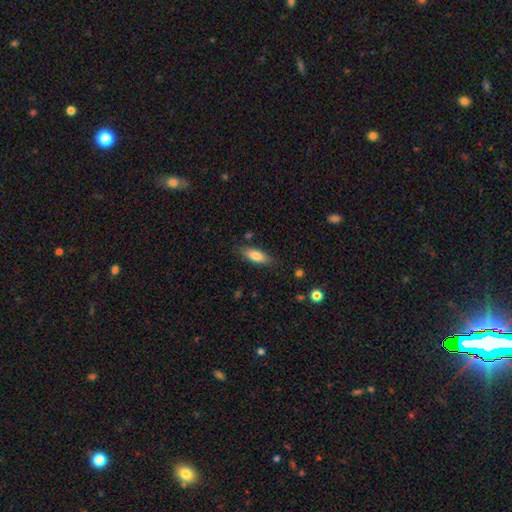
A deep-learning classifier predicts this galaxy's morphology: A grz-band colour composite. It shows a smooth galaxy with no disk features (80%) that is in between round and cigar-shaped (68%). Merging: none (80%).